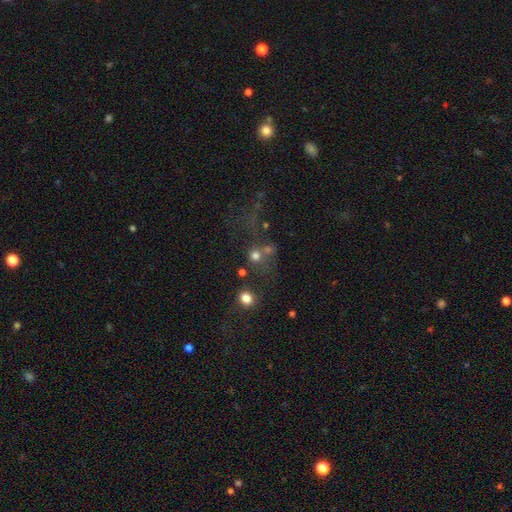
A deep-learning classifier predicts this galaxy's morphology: The model was most divided on "merging": none: 53%, merger: 30%, minor disturbance: 9%, major disturbance: 8%. More confident: how rounded — round (88%); smooth or featured — smooth (70%).